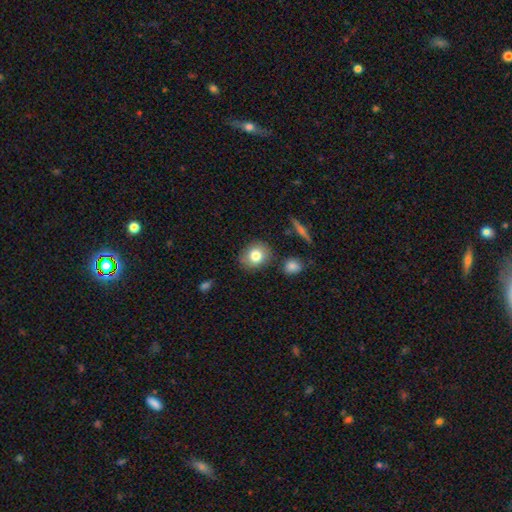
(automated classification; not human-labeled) Overall: smooth (79%). How rounded: round (65%; in between 33%). Merging: none (82%).